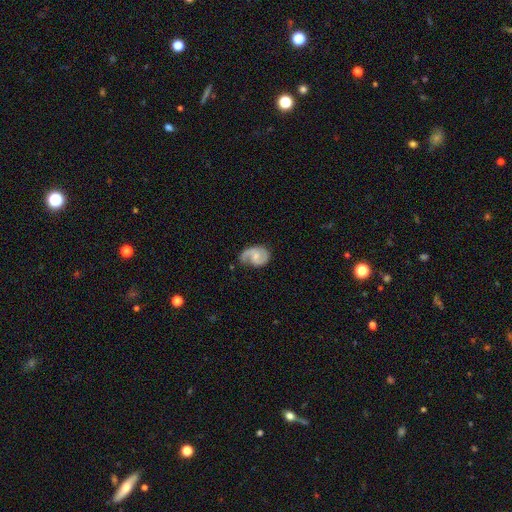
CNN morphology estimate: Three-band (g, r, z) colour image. It shows a featured or disk galaxy (77%) with no bar (50%), 2 (70%) medium (48%) spiral arms (95%) and a small central bulge (49%). Merging: none (58%).